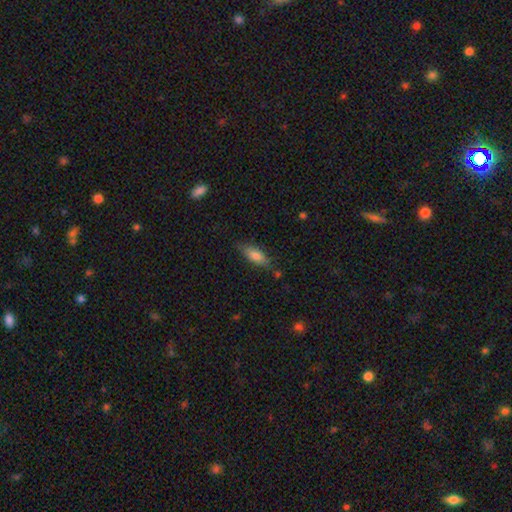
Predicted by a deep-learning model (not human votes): smooth-or-featured: smooth: 77% | featured or disk: 15% | star or artifact: 7%
  how-rounded: in between: 70% | cigar-shaped: 28% | round: 2%
  merging: none: 74% | minor disturbance: 19% | major disturbance: 4% | merger: 3%